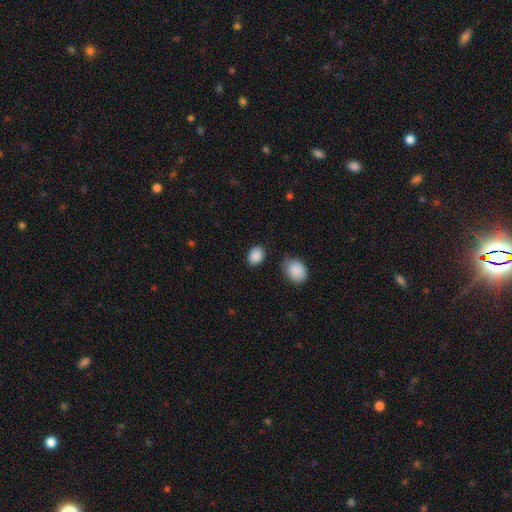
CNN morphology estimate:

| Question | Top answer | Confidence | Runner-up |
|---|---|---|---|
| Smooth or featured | smooth | 88% | star or artifact (9%) |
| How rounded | in between | 67% | round (32%) |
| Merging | none | 79% | minor disturbance (14%) |